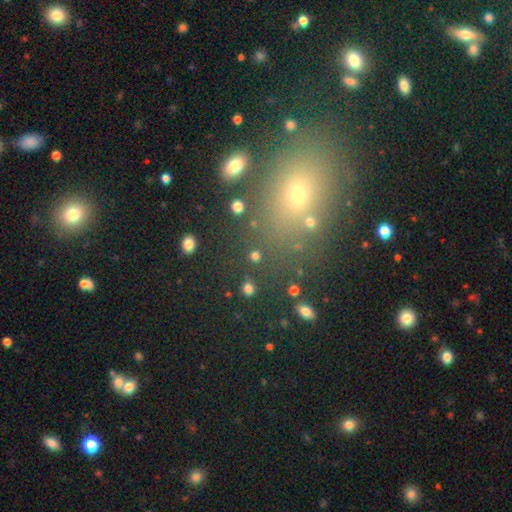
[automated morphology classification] This appears to be a smooth galaxy with no disk features (56%) that is in between round and cigar-shaped (63%). Merging: none (79%).